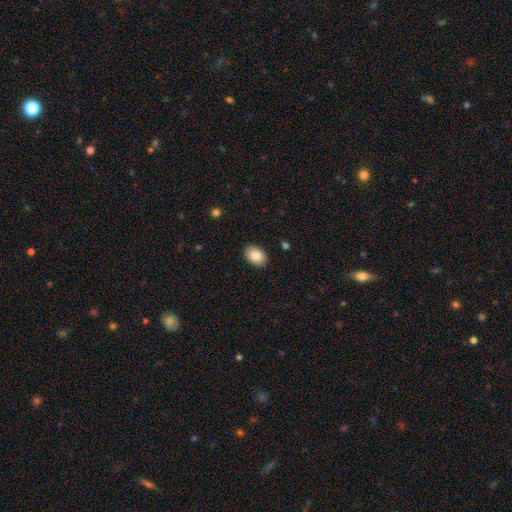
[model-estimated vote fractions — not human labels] Smooth or featured: smooth — 86% (star or artifact — 7%)
How rounded: in between — 86% (round — 13%)
Merging: none — 89% (minor disturbance — 8%)